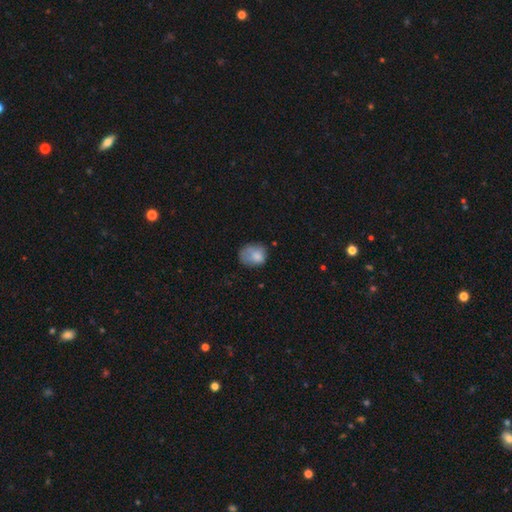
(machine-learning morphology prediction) Overall: smooth (76%). How rounded: in between (52%; round 48%). Merging: none (44%; minor disturbance 33%).